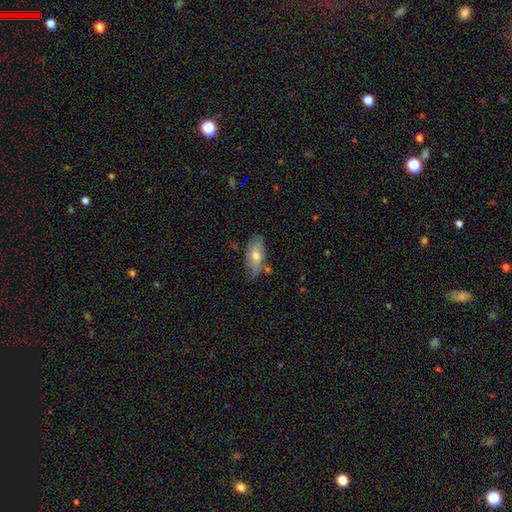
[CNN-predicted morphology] This is likely a smooth galaxy (63%). How rounded: clearly in between (83%). Merging: likely none (72%).